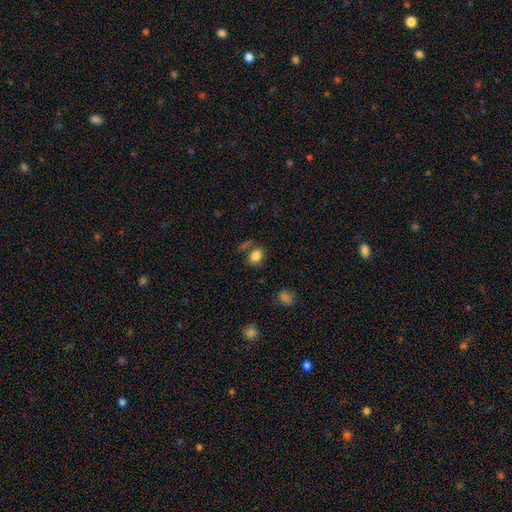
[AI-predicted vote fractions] Smooth or featured?
  - smooth: 83% *
  - star or artifact: 11%
  - featured or disk: 7%
How rounded?
  - in between: 62% *
  - round: 36%
  - cigar-shaped: 1%
Merging?
  - none: 69% *
  - minor disturbance: 15%
  - merger: 11%
  - major disturbance: 5%